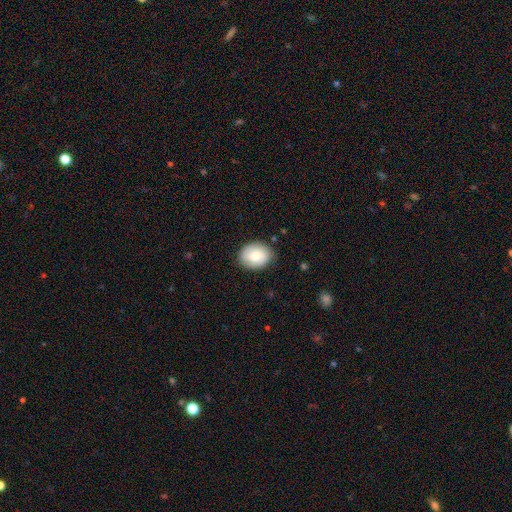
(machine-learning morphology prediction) Smooth or featured: smooth — 73% (featured or disk — 19%)
How rounded: in between — 56% (round — 43%)
Merging: none — 84% (minor disturbance — 13%)